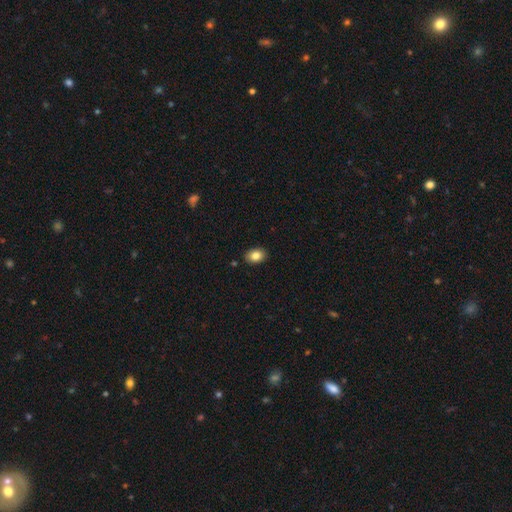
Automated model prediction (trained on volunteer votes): smooth-or-featured: smooth: 84% | star or artifact: 8% | featured or disk: 8%
  how-rounded: in between: 77% | round: 22% | cigar-shaped: 1%
  merging: none: 89% | minor disturbance: 8% | major disturbance: 2% | merger: 1%